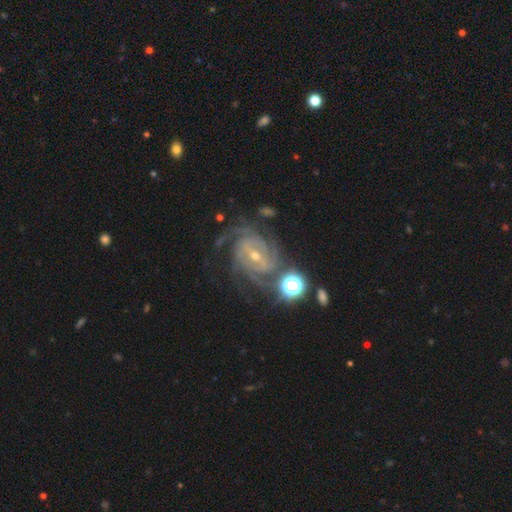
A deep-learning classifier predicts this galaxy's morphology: The model was most divided on "spiral arm count": 3: 28%, 4: 22%, can't tell: 19%, 2: 18%, more than 4: 7%, 1: 6%. Remaining: spiral arms — yes (98%); edge-on disk — no (97%); smooth or featured — featured or disk (89%); spiral winding — tight (66%); merging — none (66%); bulge size — small (61%); bar — weak (44%).